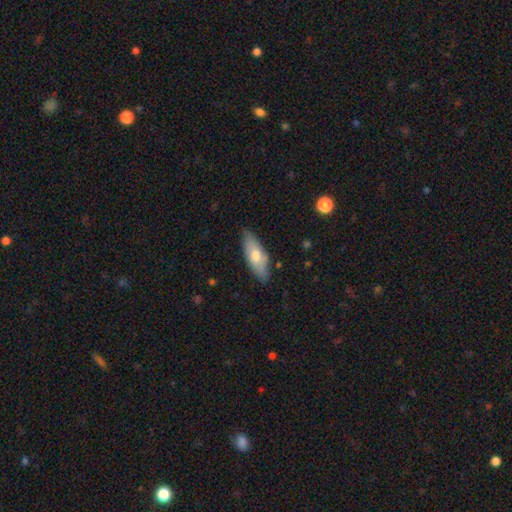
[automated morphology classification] smooth-or-featured: smooth: 63% | featured or disk: 31% | star or artifact: 6%
  how-rounded: in between: 74% | cigar-shaped: 23% | round: 2%
  merging: none: 79% | minor disturbance: 17% | major disturbance: 3% | merger: 2%